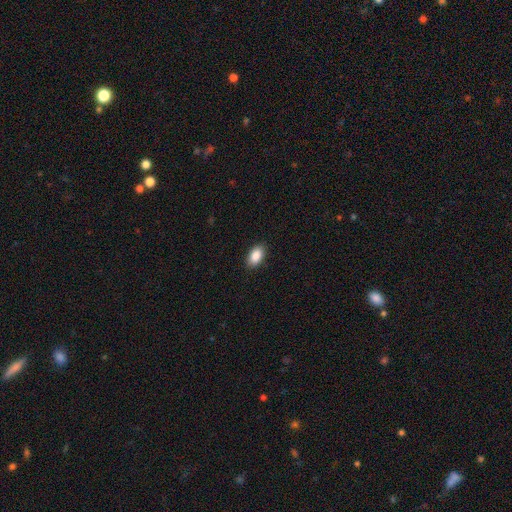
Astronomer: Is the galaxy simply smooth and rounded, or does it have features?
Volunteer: smooth — 92%.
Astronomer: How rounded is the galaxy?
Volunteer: in between — 94%.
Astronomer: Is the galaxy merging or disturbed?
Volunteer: none — 89%.